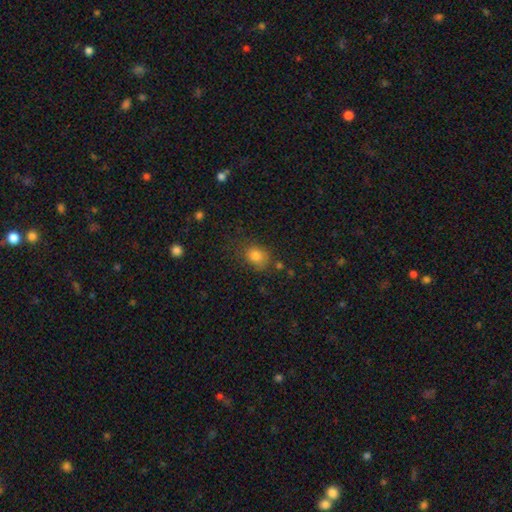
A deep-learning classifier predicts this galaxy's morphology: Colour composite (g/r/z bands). It shows a smooth galaxy with no disk features (80%) that is in between round and cigar-shaped (49%, tied with round). Merging: none (71%).